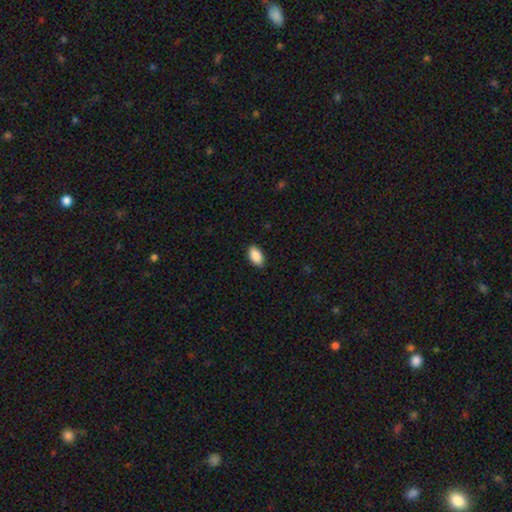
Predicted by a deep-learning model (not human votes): The model was most divided on "merging": none: 88%, minor disturbance: 9%, major disturbance: 2%, merger: 1%. More confident: how rounded — in between (94%); smooth or featured — smooth (89%).